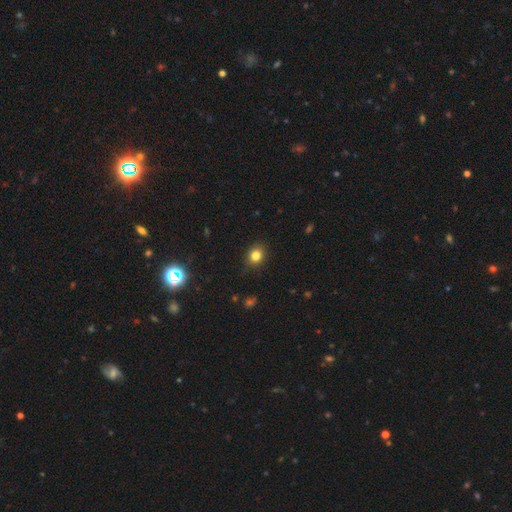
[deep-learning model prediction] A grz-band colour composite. It shows a smooth galaxy with no disk features (81%) that is round (65%). Merging: none (86%).